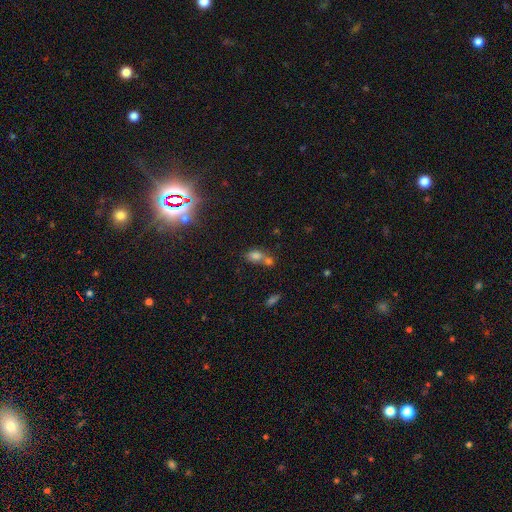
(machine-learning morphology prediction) Smooth or featured? smooth (74%)
How rounded? in between (72%)
Merging? merger (55%)